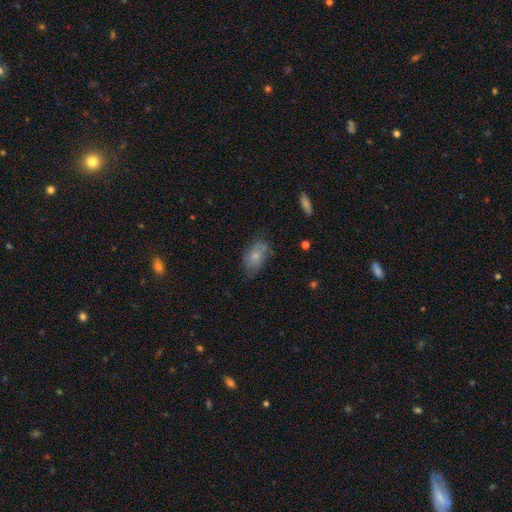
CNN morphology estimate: Overall: smooth (62%; featured or disk 30%). How rounded: in between (89%). Merging: none (52%; minor disturbance 31%).